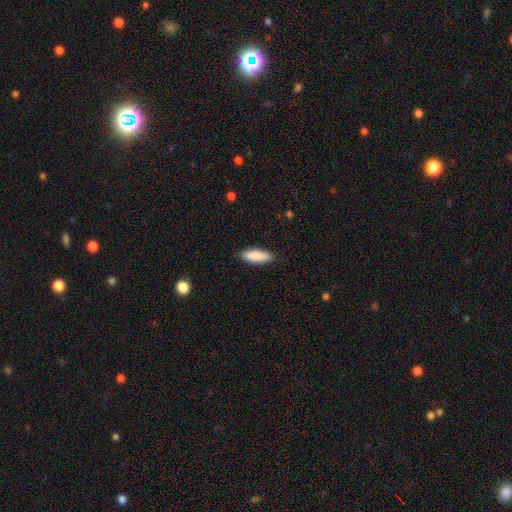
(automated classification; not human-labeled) Smooth or featured? smooth (88%)
How rounded? in between (62%)
Merging? none (88%)